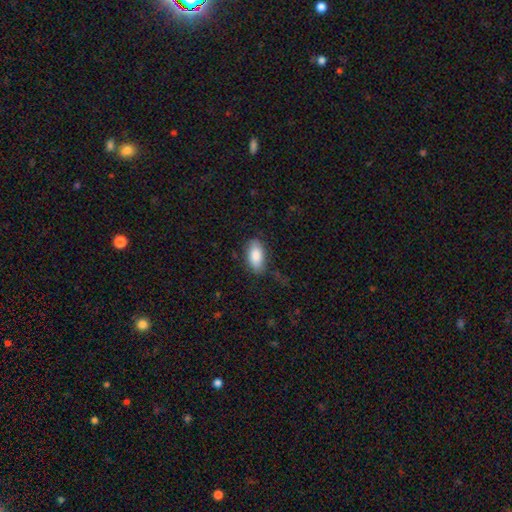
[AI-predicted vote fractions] Smooth or featured: smooth — 86% (featured or disk — 8%)
How rounded: in between — 93% (cigar-shaped — 4%)
Merging: none — 77% (minor disturbance — 17%)